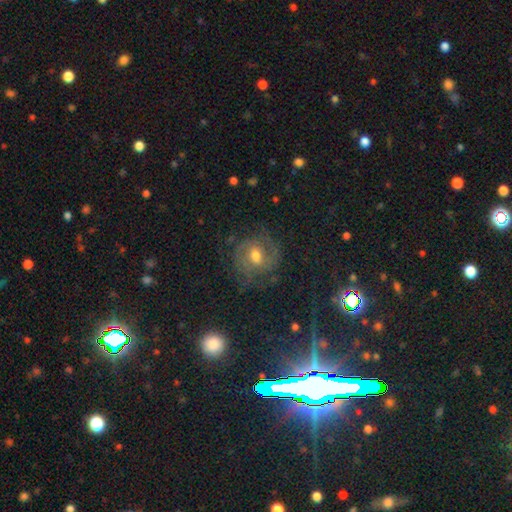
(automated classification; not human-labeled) This is likely a featured or disk galaxy (63%). It is clearly not viewed edge-on (97%). Bar: marginally weak (45%, tied with no). Spiral arm pattern: clearly yes (82%). Spiral arm count: possibly 2 (46%). Spiral winding: marginally tight (42%). Central bulge: likely moderate (74%). Merging: likely none (65%).